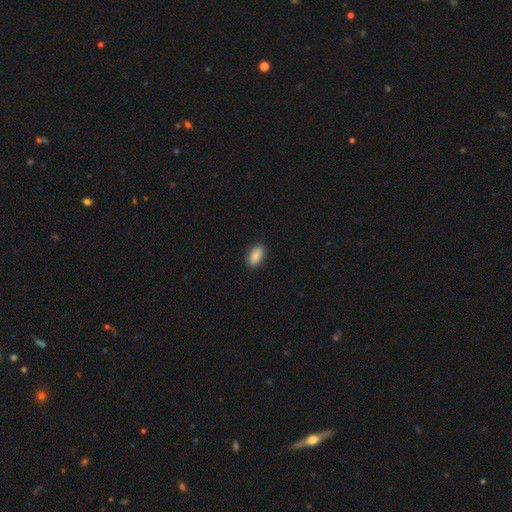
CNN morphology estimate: Smooth or featured? smooth (88%)
How rounded? in between (93%)
Merging? none (87%)